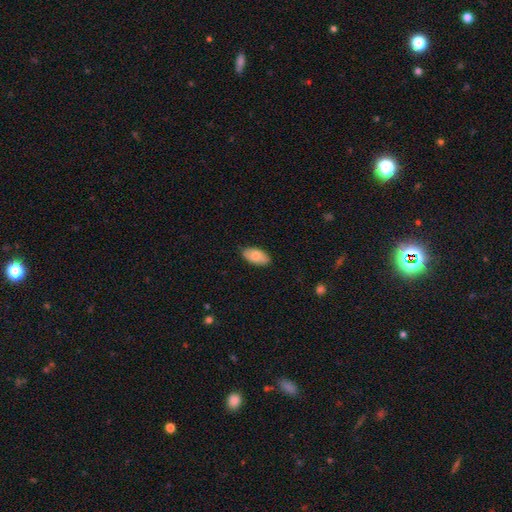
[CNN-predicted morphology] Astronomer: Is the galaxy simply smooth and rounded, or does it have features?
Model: smooth — 75%.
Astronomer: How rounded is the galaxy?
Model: in between — 94%.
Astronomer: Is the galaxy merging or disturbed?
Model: none — 85%.